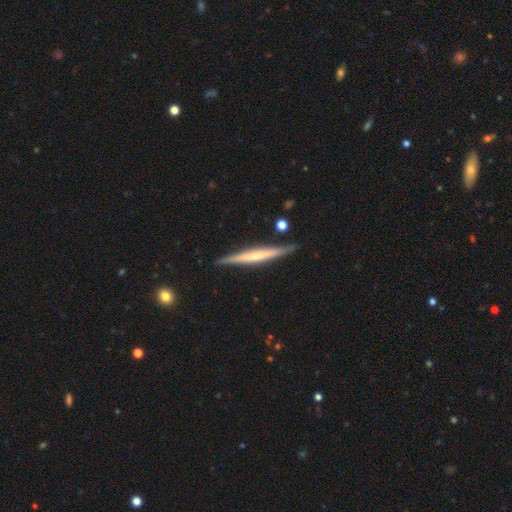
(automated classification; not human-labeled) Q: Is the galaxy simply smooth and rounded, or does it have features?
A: featured or disk — 62%.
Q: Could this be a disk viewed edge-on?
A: yes — 97%.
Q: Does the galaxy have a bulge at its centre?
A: none — 52%.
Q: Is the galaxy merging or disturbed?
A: none — 88%.